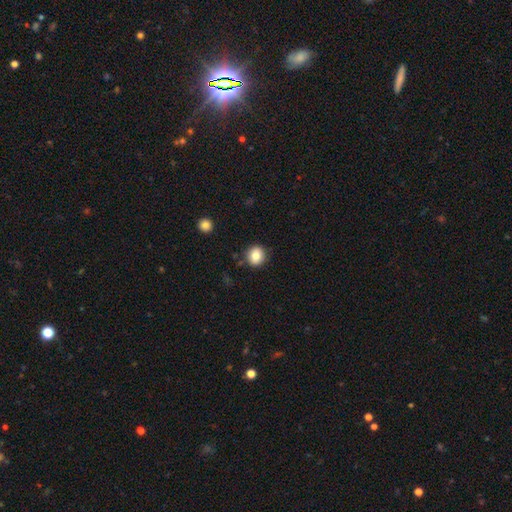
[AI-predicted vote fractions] smooth-or-featured: smooth: 81% | star or artifact: 10% | featured or disk: 9%
  how-rounded: round: 89% | in between: 10% | cigar-shaped: 1%
  merging: none: 89% | minor disturbance: 7% | major disturbance: 2% | merger: 2%